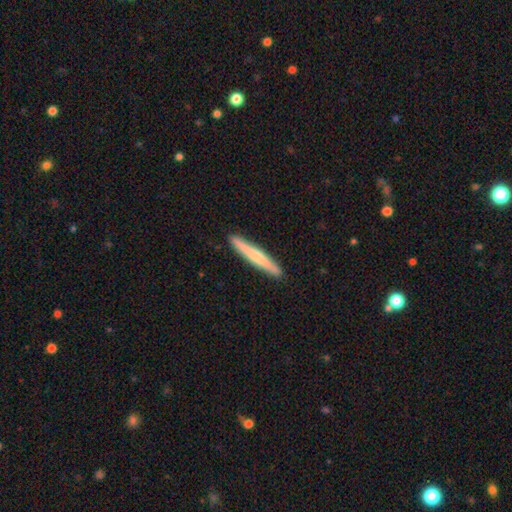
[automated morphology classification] Smooth or featured: smooth — 56% (featured or disk — 38%)
How rounded: cigar-shaped — 96% (in between — 3%)
Merging: none — 91% (minor disturbance — 7%)